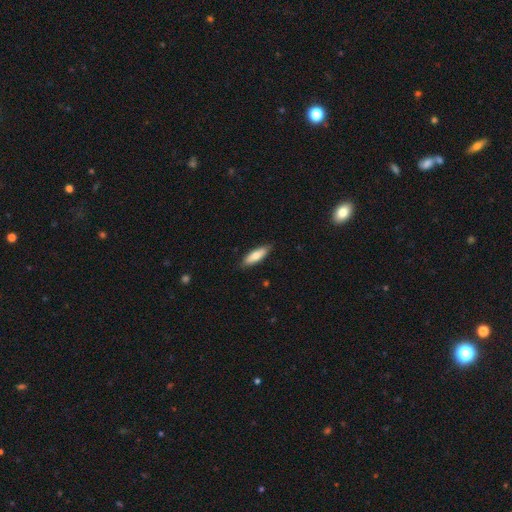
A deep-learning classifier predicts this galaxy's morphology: smooth_or_featured: smooth (p=0.76) [alt: featured or disk p=0.19]
how_rounded: in between (p=0.51) [alt: cigar-shaped p=0.47]
merging: none (p=0.85) [alt: minor disturbance p=0.12]